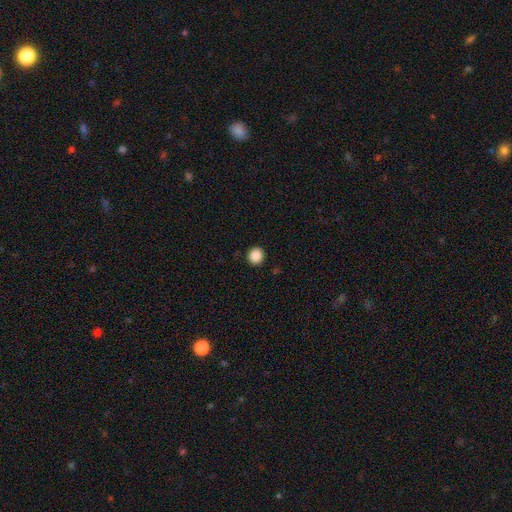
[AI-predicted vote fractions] smooth 88%, star or artifact 10%, featured or disk 3%. Down the decision tree: how rounded — round (93%); merging — none (93%).